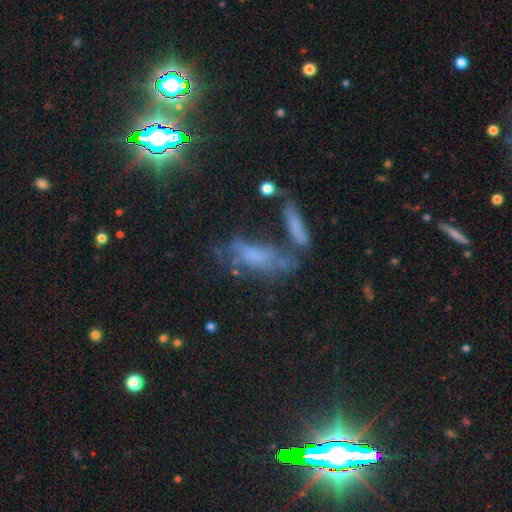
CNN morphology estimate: The model was most divided on "merging": none: 30%, merger: 29%, major disturbance: 23%, minor disturbance: 18%. Remaining: smooth or featured — smooth (48%).